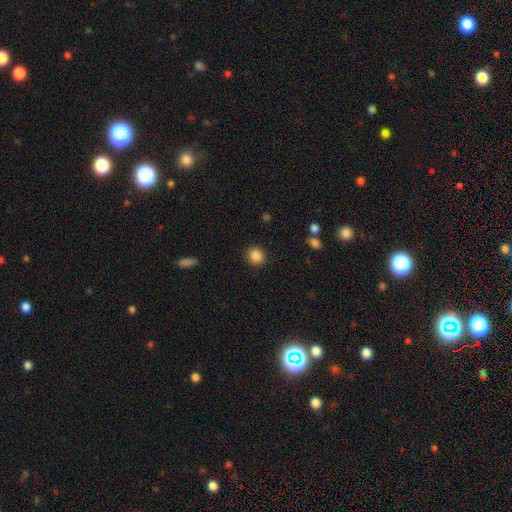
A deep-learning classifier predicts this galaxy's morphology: Smooth or featured? smooth (87%)
How rounded? round (86%)
Merging? none (90%)